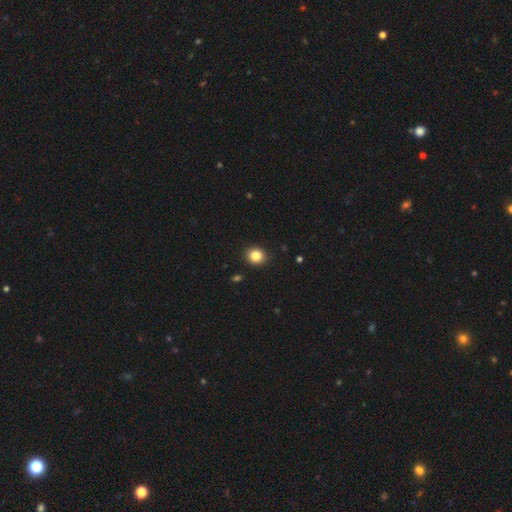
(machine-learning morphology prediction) A smooth galaxy with no disk features (84%) that is round (78%). Merging: none (91%).